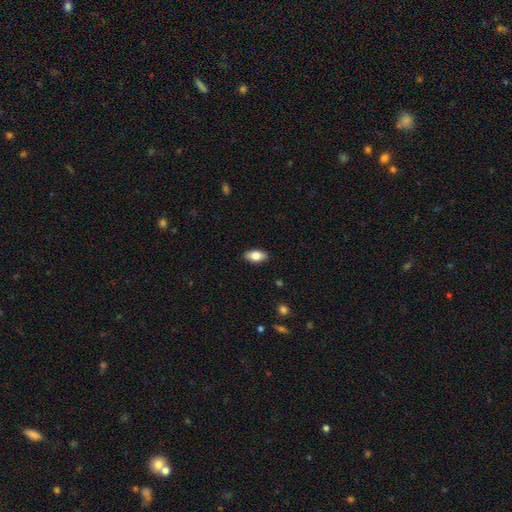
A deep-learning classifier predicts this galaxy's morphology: Smooth or featured: smooth — 82% (featured or disk — 12%)
How rounded: in between — 91% (cigar-shaped — 6%)
Merging: none — 88% (minor disturbance — 9%)